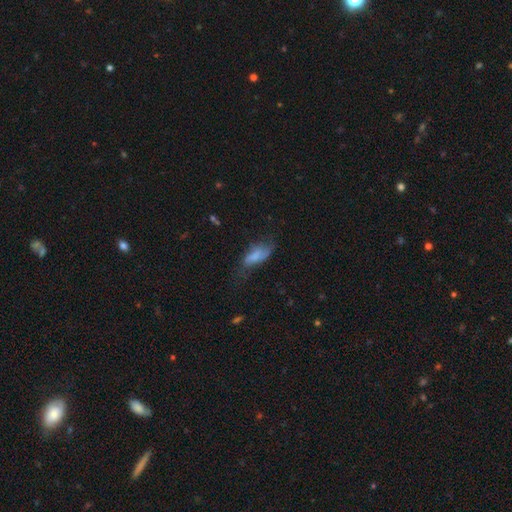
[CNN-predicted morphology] This is likely a smooth galaxy (67%). How rounded: likely in between (77%). Merging: marginally none (37%).